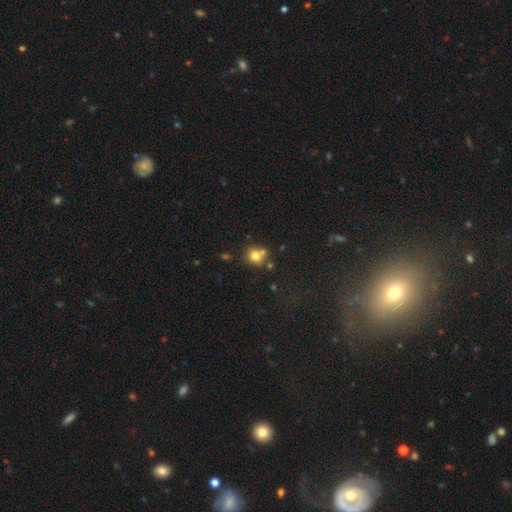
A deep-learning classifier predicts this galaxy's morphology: smooth 76%, star or artifact 13%, featured or disk 11%. Down the decision tree: how rounded — round (86%); merging — none (58%).